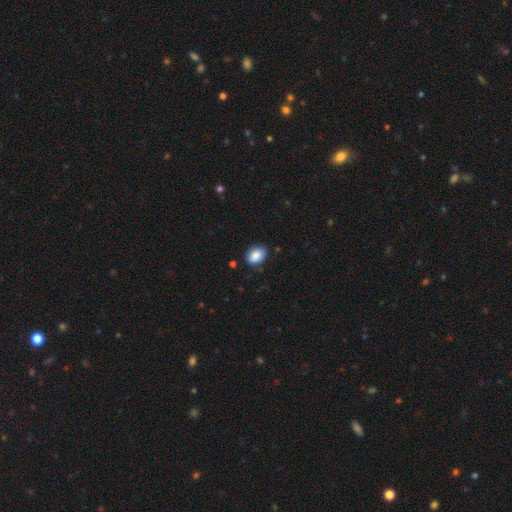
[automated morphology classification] Smooth or featured: smooth — 87% (star or artifact — 7%)
How rounded: in between — 82% (round — 17%)
Merging: none — 82% (minor disturbance — 14%)